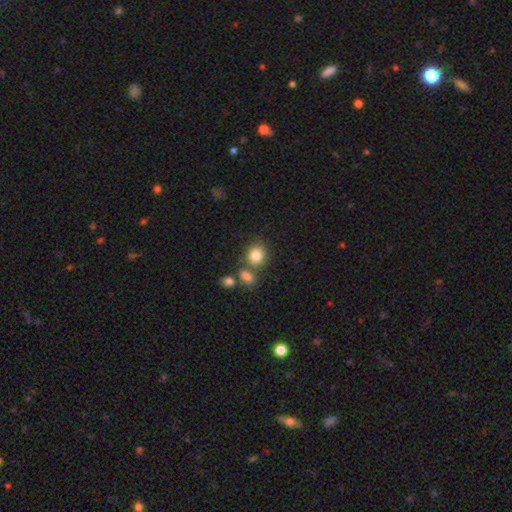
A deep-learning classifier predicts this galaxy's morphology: Q: Smooth or featured?
A: smooth (83%); runner-up: star or artifact (10%)
Q: How rounded?
A: round (69%); runner-up: in between (30%)
Q: Merging?
A: none (62%); runner-up: merger (22%)